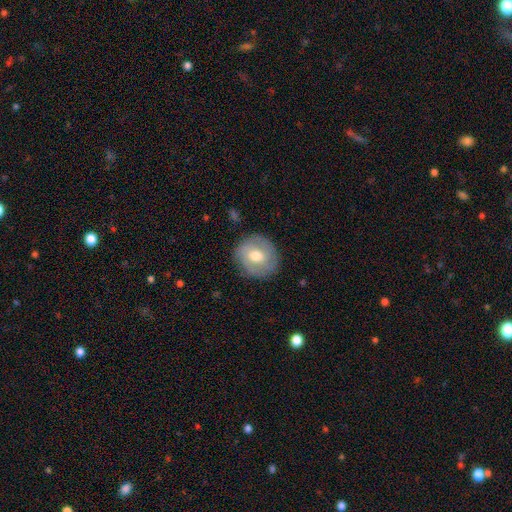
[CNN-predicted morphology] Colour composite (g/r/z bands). It shows a smooth galaxy with no disk features (53%) that is round (84%). Merging: none (83%).